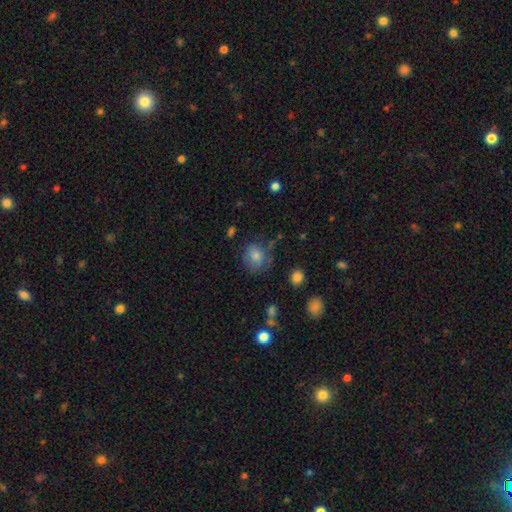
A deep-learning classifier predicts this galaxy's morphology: smooth 76%, featured or disk 14%, star or artifact 10%. Down the decision tree: how rounded — round (64%); merging — none (59%).